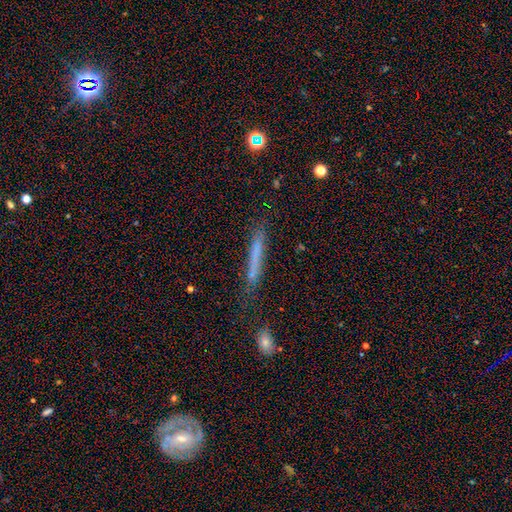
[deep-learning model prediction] A smooth galaxy with no disk features (63%) that is cigar-shaped (94%).

Vote fractions:
- Smooth or featured? smooth: 63% / featured or disk: 25% / star or artifact: 12%
- How rounded? cigar-shaped: 94% / in between: 4% / round: 2%
- Merging? none: 75% / minor disturbance: 17% / major disturbance: 5% / merger: 3%